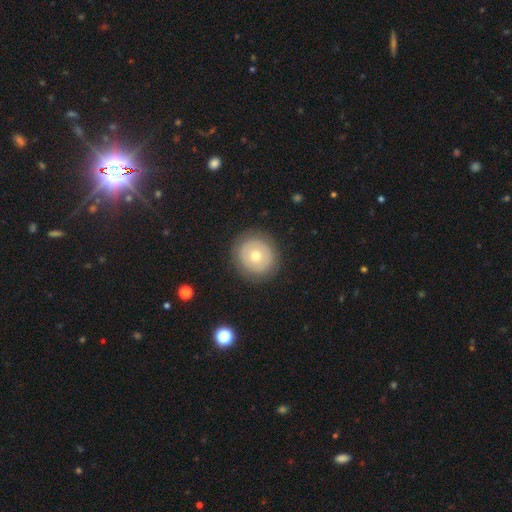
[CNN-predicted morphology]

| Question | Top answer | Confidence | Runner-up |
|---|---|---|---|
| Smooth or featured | smooth | 60% | featured or disk (32%) |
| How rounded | round | 91% | in between (8%) |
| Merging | none | 87% | minor disturbance (9%) |